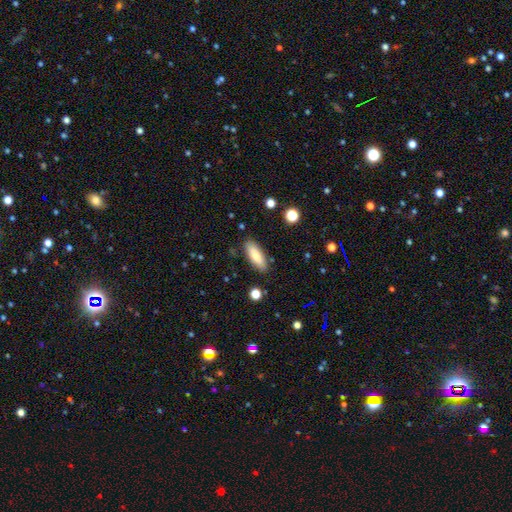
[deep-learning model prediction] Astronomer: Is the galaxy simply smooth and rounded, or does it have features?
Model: smooth — 74%.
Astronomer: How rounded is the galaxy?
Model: in between — 66%.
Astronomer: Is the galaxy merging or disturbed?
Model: none — 86%.